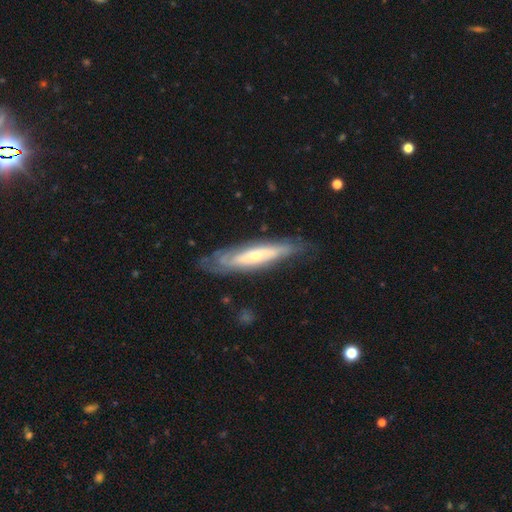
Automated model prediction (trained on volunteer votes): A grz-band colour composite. It shows a featured or disk galaxy (66%). Merging: none (72%).